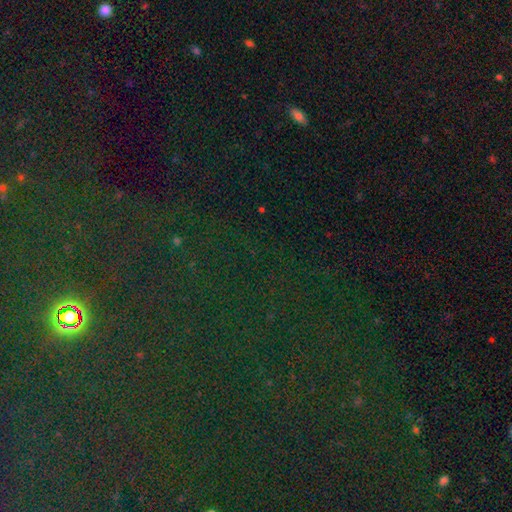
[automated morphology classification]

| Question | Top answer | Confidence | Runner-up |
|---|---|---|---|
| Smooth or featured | star or artifact | 83% | smooth (9%) |